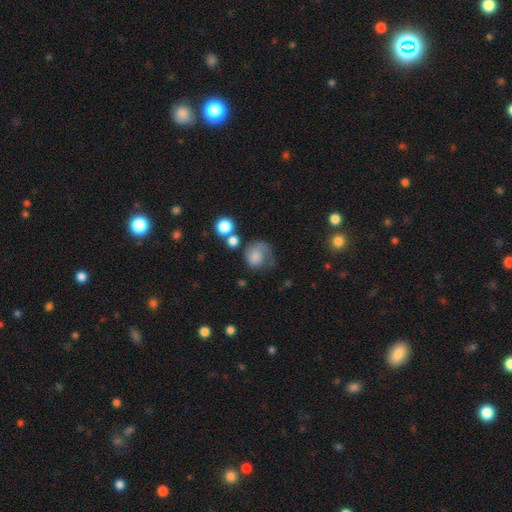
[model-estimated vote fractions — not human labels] smooth_or_featured: smooth (p=0.60) [alt: featured or disk p=0.29]
how_rounded: round (p=0.71) [alt: in between p=0.28]
merging: none (p=0.35) [alt: major disturbance p=0.33]